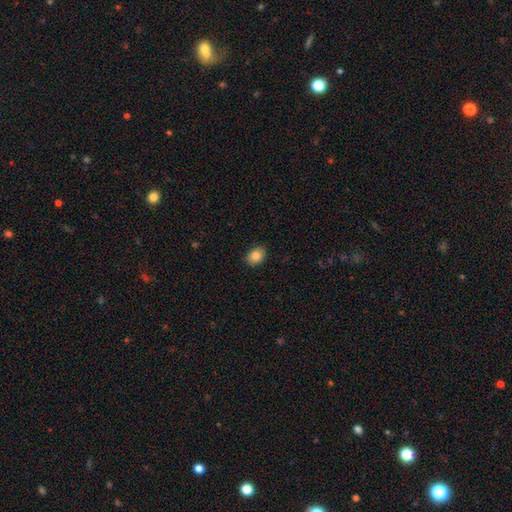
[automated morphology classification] A smooth galaxy with no disk features (85%) that is in between round and cigar-shaped (64%).

Vote fractions:
- Smooth or featured? smooth: 85% / star or artifact: 9% / featured or disk: 6%
- How rounded? in between: 64% / round: 35% / cigar-shaped: 1%
- Merging? none: 87% / minor disturbance: 10% / major disturbance: 2% / merger: 1%